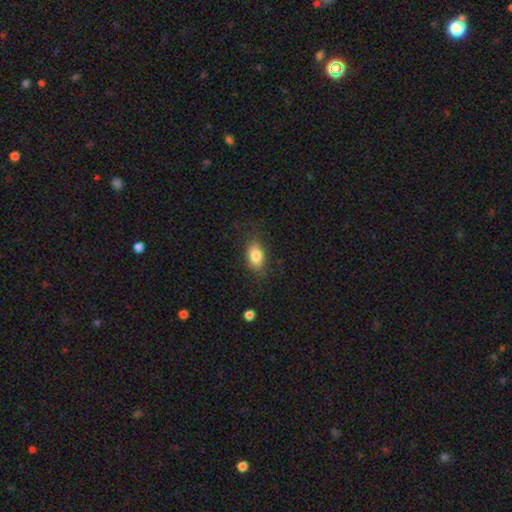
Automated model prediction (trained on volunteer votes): smooth-or-featured: smooth: 83% | featured or disk: 9% | star or artifact: 8%
  how-rounded: in between: 87% | round: 9% | cigar-shaped: 4%
  merging: none: 81% | minor disturbance: 14% | major disturbance: 4% | merger: 1%